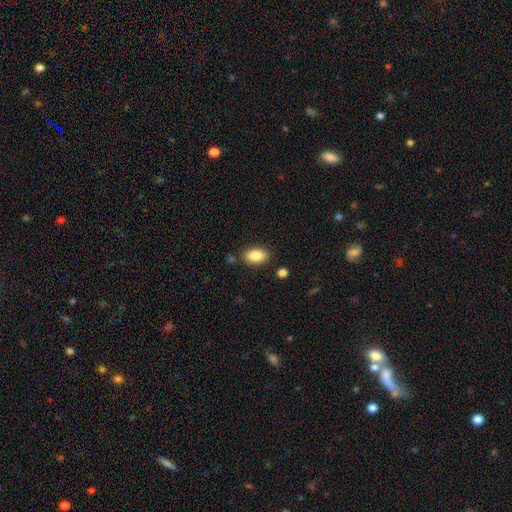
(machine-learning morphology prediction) Overall: smooth (85%). How rounded: in between (91%). Merging: none (84%).